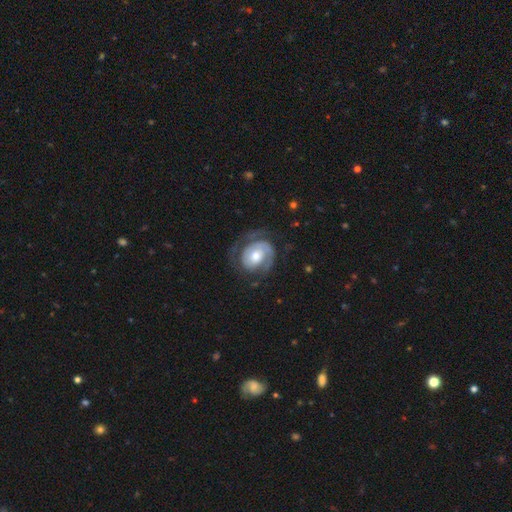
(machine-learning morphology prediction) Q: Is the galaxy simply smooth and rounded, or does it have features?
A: featured or disk — 82%.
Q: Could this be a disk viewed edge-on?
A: no — 98%.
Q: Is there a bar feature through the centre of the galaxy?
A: no — 66%.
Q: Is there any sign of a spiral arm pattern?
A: yes — 94%.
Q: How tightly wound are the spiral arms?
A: tight — 56%.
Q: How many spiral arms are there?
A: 2 — 59%.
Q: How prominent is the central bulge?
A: moderate — 63%.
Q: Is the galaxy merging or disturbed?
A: none — 64%.